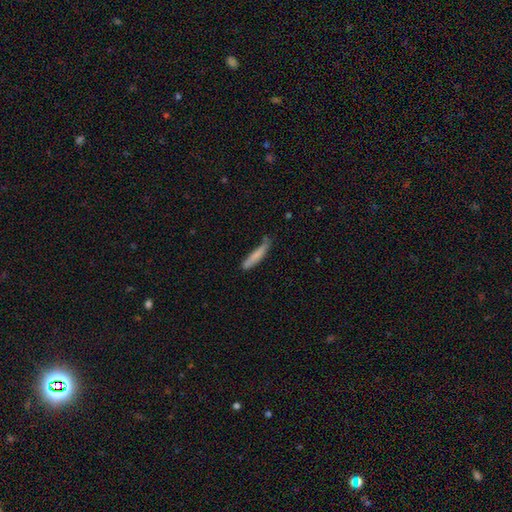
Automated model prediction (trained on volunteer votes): A smooth galaxy with no disk features (77%) that is cigar-shaped (91%). Merging: none (64%).